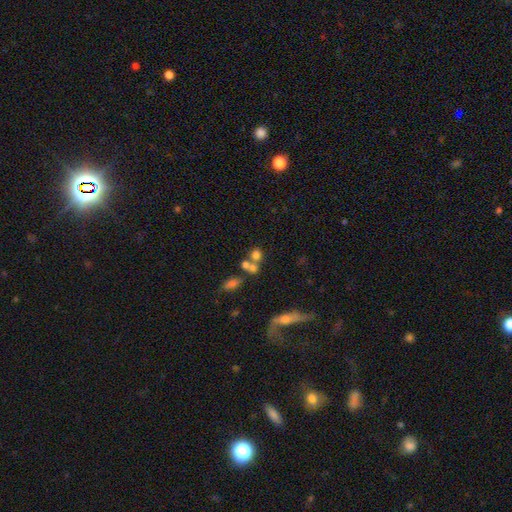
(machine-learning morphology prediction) A featured or disk galaxy (34%, tied with smooth).

Vote fractions:
- Smooth or featured? featured or disk: 34% (tied) / smooth: 34% (tied) / star or artifact: 32%
- Merging? none: 43% / merger: 30% / major disturbance: 14% / minor disturbance: 12%